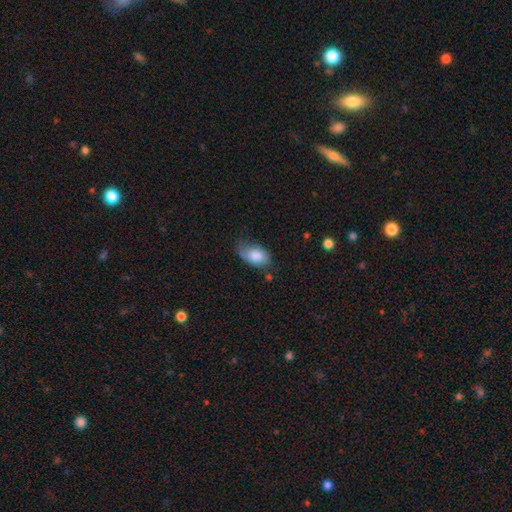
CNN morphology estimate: Smooth or featured? smooth (77%)
How rounded? in between (92%)
Merging? none (44%)